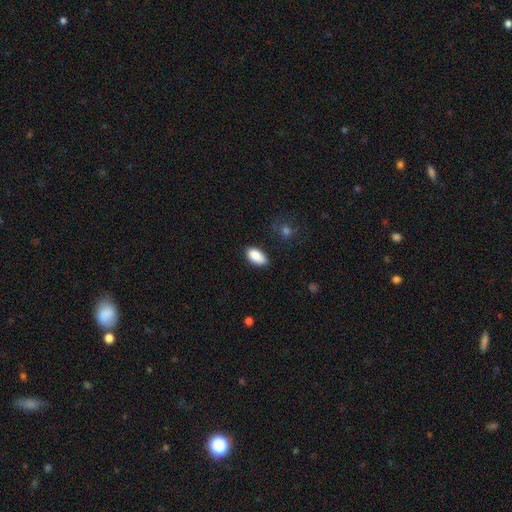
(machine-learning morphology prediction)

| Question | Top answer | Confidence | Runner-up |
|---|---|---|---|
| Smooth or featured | smooth | 88% | star or artifact (7%) |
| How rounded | in between | 94% | round (3%) |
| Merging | none | 81% | minor disturbance (15%) |